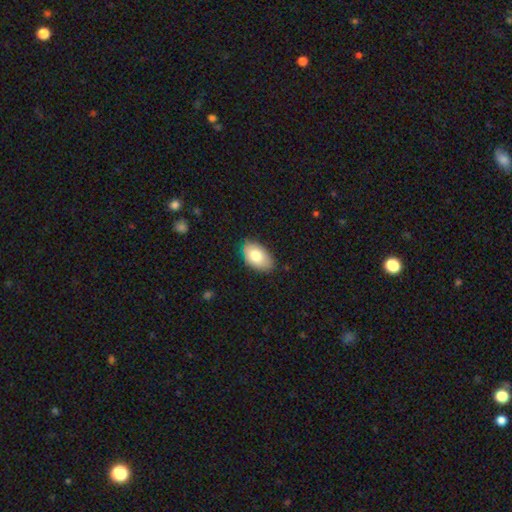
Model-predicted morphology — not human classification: A smooth galaxy with no disk features (78%) that is in between round and cigar-shaped (93%). Merging: none (82%).